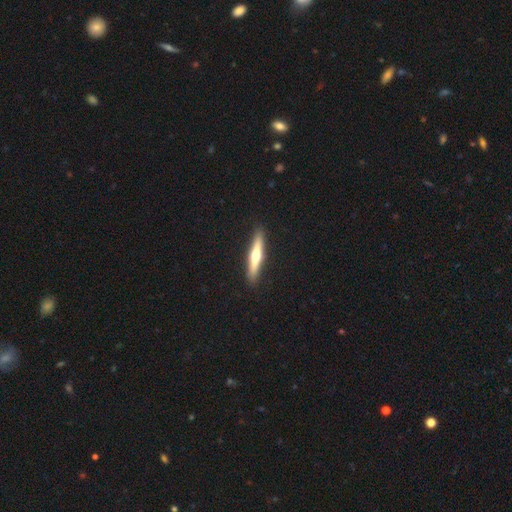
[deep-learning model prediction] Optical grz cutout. It shows a featured or disk galaxy (50%) viewed edge-on (95%). Merging: none (91%).